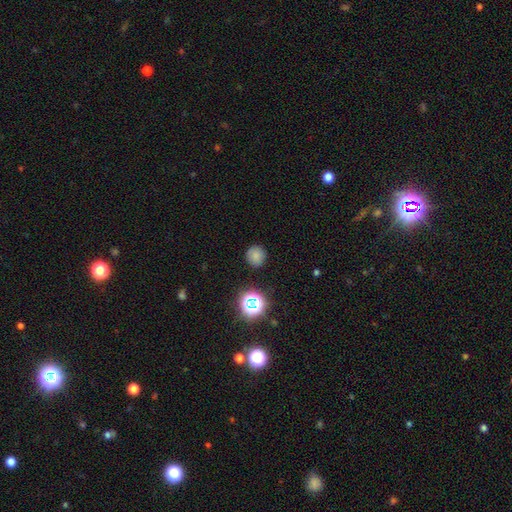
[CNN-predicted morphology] The model was most divided on "smooth or featured": smooth: 76%, star or artifact: 17%, featured or disk: 7%. More confident: how rounded — round (91%); merging — none (87%).